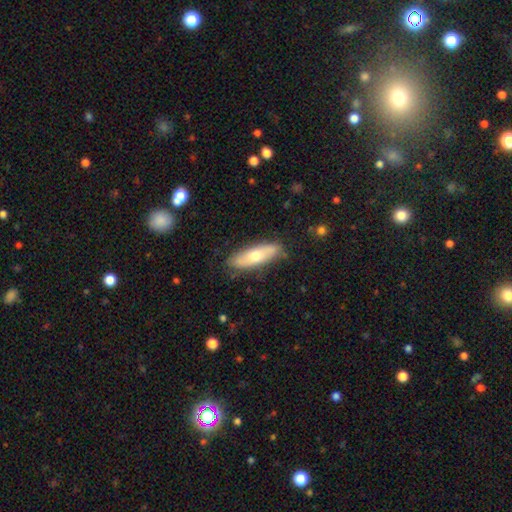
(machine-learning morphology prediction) Smooth or featured?
  - smooth: 61% *
  - featured or disk: 33%
  - star or artifact: 6%
How rounded?
  - in between: 50% *
  - cigar-shaped: 47%
  - round: 2%
Merging?
  - none: 80% *
  - minor disturbance: 15%
  - major disturbance: 3%
  - merger: 2%